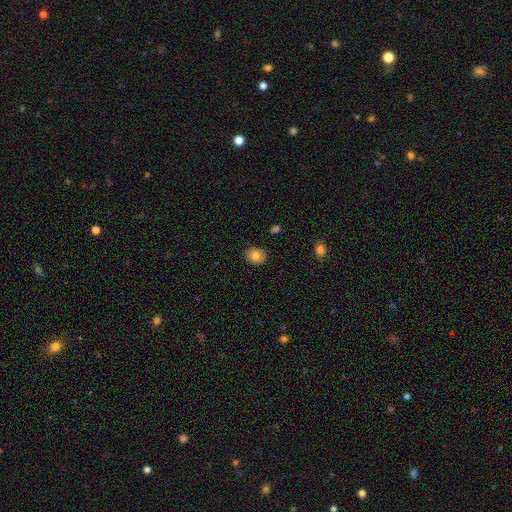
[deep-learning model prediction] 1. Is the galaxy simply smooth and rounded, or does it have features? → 82% smooth, 10% featured or disk, 9% star or artifact.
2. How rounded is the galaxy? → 53% round, 46% in between, 1% cigar-shaped.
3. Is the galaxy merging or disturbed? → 88% none, 9% minor disturbance, 2% major disturbance, 1% merger.